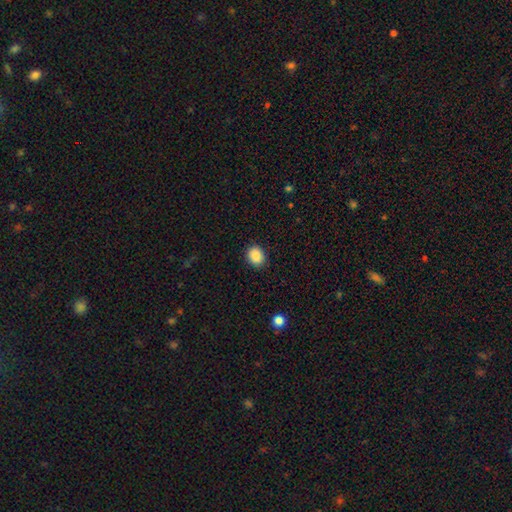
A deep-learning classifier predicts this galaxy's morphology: The model was most divided on "how rounded": round: 60%, in between: 39%, cigar-shaped: 1%. More confident: merging — none (88%); smooth or featured — smooth (87%).